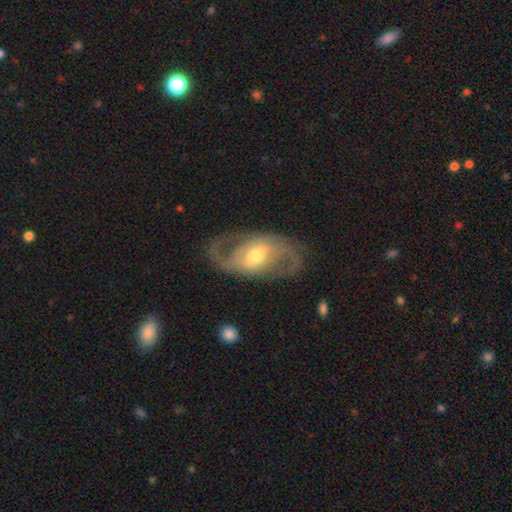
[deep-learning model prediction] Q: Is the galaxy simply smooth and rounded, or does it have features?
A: featured or disk — 85%.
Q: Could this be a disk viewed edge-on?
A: no — 95%.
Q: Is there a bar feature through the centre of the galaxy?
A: weak — 45%.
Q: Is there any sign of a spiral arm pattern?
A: yes — 91%.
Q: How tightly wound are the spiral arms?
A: medium — 49%.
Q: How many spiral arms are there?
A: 2 — 88%.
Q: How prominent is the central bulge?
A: moderate — 66%.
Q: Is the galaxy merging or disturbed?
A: none — 77%.